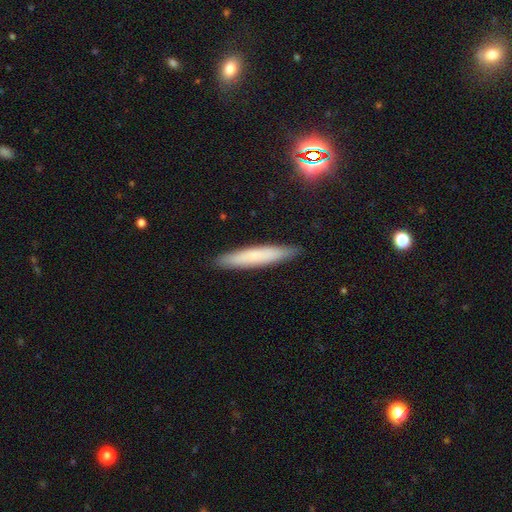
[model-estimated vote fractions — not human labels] Smooth or featured? Predicted: smooth (p=0.70). How rounded? Predicted: cigar-shaped (p=0.91). Merging? Predicted: none (p=0.89).